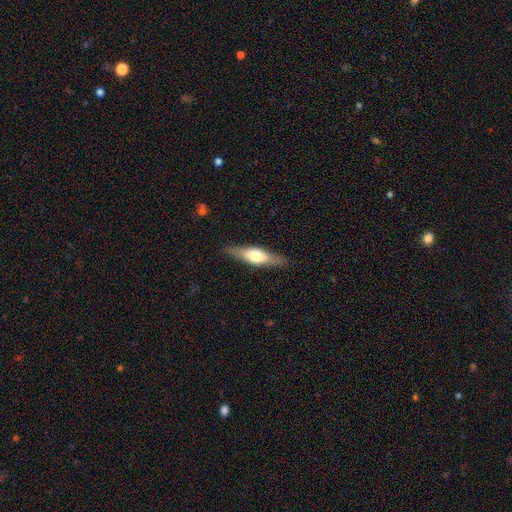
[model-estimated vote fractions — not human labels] smooth-or-featured: featured or disk: 48% | smooth: 46% | star or artifact: 6%
  merging: none: 86% | minor disturbance: 10% | major disturbance: 3% | merger: 1%